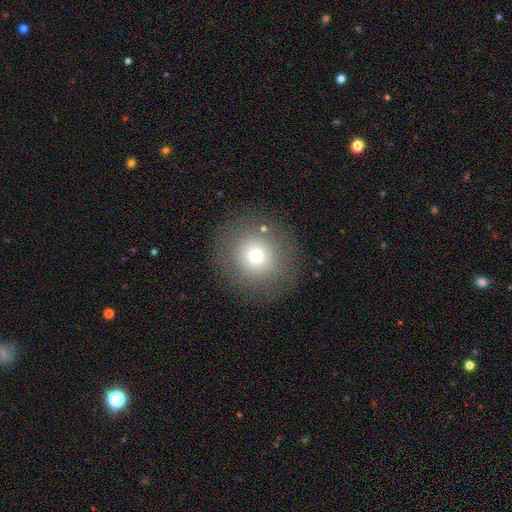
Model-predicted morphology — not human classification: type=smooth (72%); roundness=round (92%); merging=none (86%).